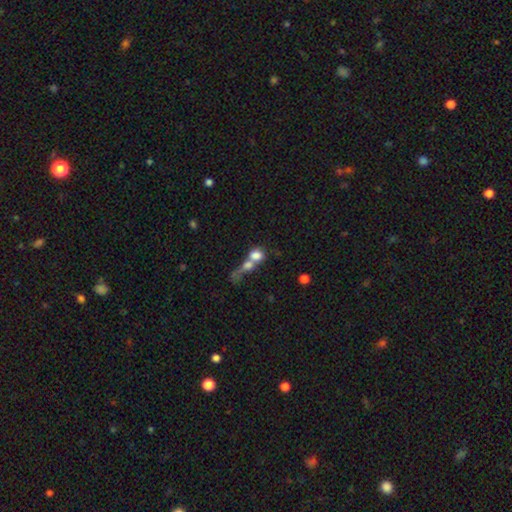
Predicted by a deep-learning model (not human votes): Smooth or featured? smooth (71%)
How rounded? round (57%)
Merging? merger (69%)